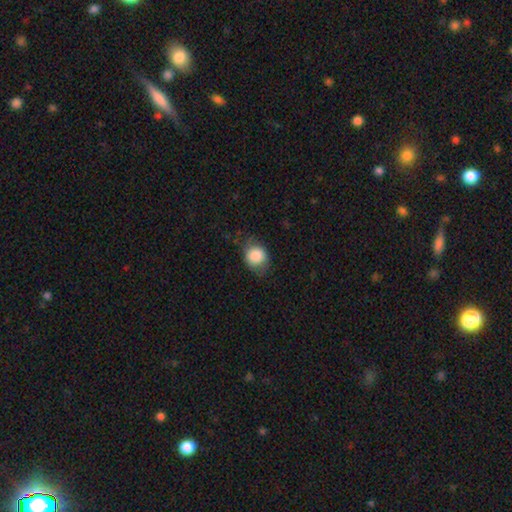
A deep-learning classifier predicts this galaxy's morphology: Smooth or featured: smooth — 86% (star or artifact — 7%)
How rounded: round — 66% (in between — 33%)
Merging: none — 66% (minor disturbance — 25%)